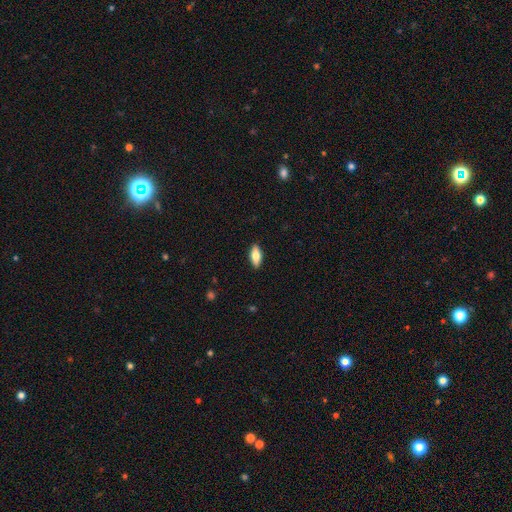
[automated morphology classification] Smooth or featured? smooth (70%)
How rounded? in between (76%)
Merging? none (89%)